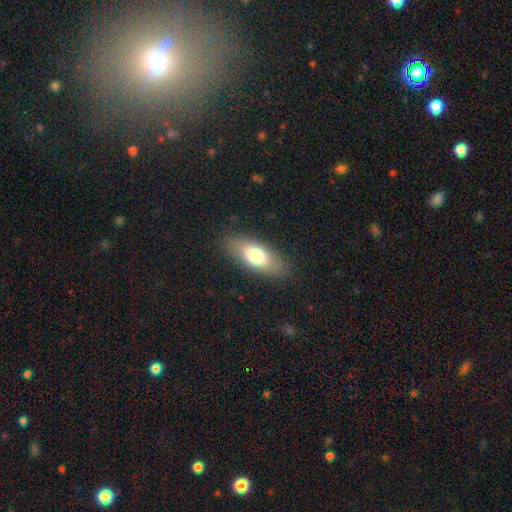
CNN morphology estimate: Smooth or featured?
  - smooth: 73% *
  - featured or disk: 20%
  - star or artifact: 7%
How rounded?
  - in between: 80% *
  - cigar-shaped: 17%
  - round: 3%
Merging?
  - none: 85% *
  - minor disturbance: 11%
  - major disturbance: 3%
  - merger: 1%